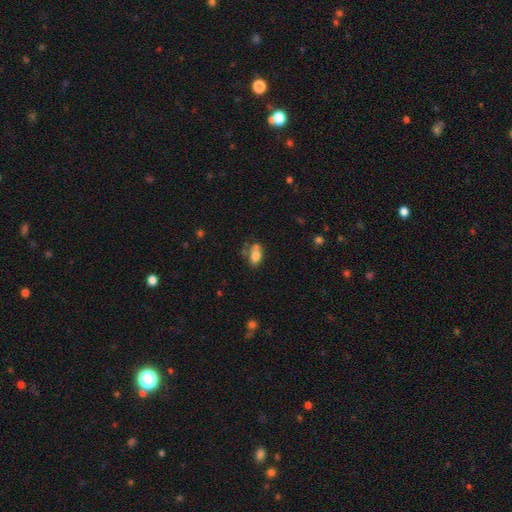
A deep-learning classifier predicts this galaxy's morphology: type=smooth (74%); roundness=in between (87%); merging=none (44%).